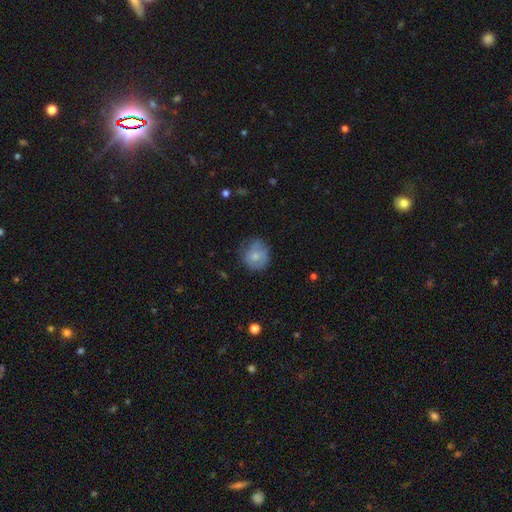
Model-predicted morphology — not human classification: smooth 70%, featured or disk 23%, star or artifact 7%. Down the decision tree: how rounded — round (84%); merging — none (68%).